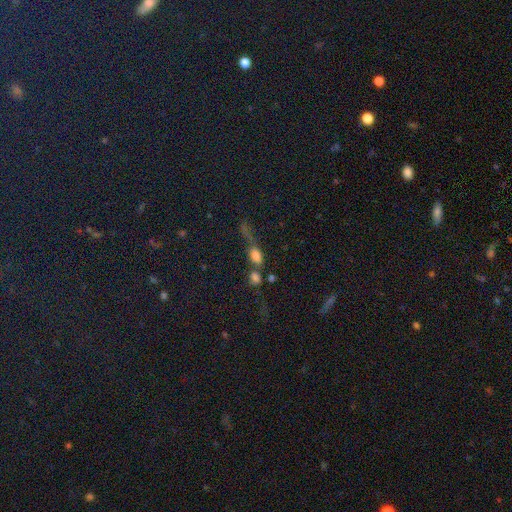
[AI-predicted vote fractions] Q: Smooth or featured?
A: smooth (67%); runner-up: star or artifact (18%)
Q: How rounded?
A: in between (72%); runner-up: round (16%)
Q: Merging?
A: merger (43%); runner-up: none (26%)